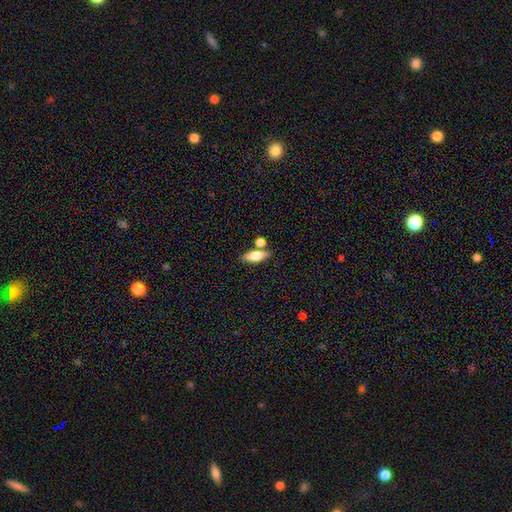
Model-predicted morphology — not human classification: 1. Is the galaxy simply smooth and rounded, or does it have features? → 74% smooth, 19% featured or disk, 7% star or artifact.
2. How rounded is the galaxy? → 73% in between, 23% cigar-shaped, 4% round.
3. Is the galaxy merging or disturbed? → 69% none, 17% merger, 11% minor disturbance, 3% major disturbance.